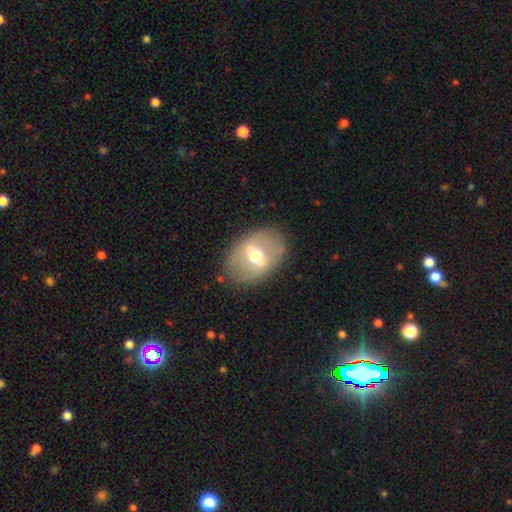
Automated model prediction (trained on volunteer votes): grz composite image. It shows a featured or disk galaxy (56%). Merging: none (82%).